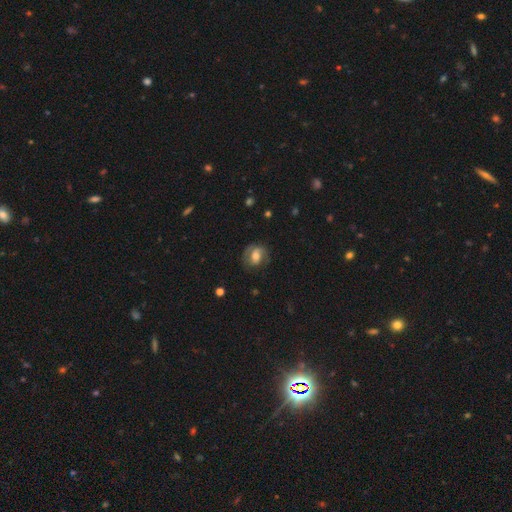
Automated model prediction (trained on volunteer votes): Smooth or featured? Predicted: smooth (p=0.47). Merging? Predicted: none (p=0.63).